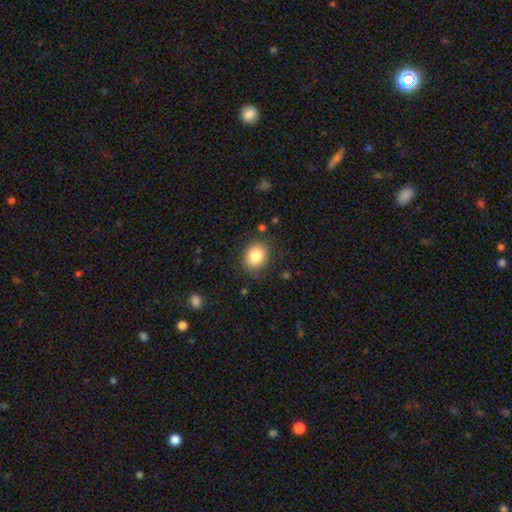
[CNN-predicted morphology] A smooth galaxy with no disk features (84%) that is round (62%). Merging: none (83%).